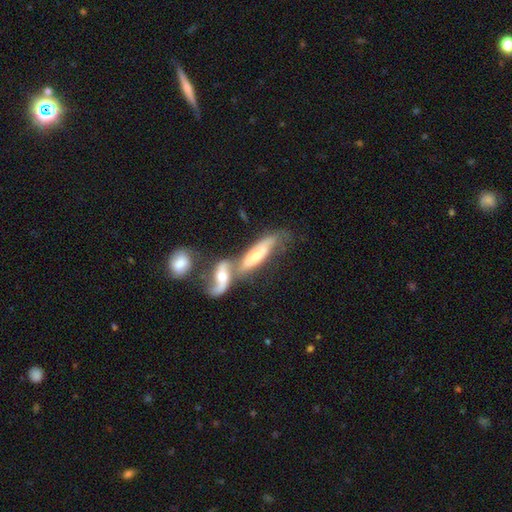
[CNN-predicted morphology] This is likely a featured or disk galaxy (62%). It is likely not viewed edge-on (65%). Merging: likely merger (62%).